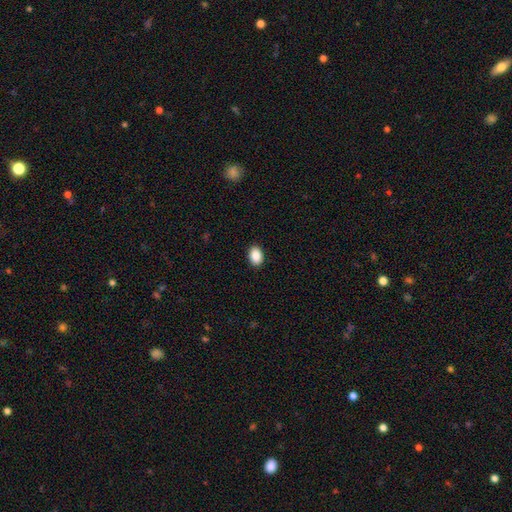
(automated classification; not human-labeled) A smooth galaxy with no disk features (89%) that is in between round and cigar-shaped (82%).

Vote fractions:
- Smooth or featured? smooth: 89% / star or artifact: 8% / featured or disk: 3%
- How rounded? in between: 82% / round: 17% / cigar-shaped: 1%
- Merging? none: 90% / minor disturbance: 7% / major disturbance: 2% / merger: 1%